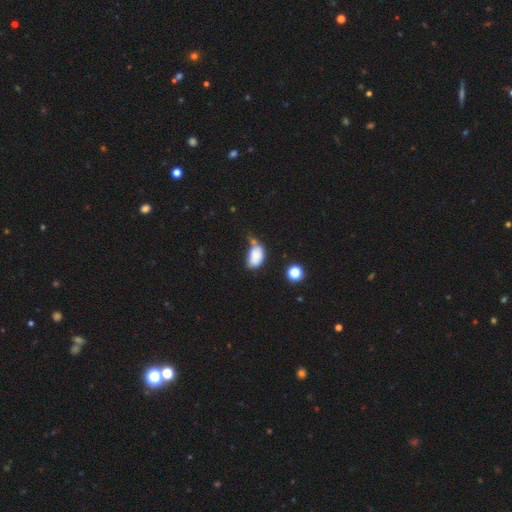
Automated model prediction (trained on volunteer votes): Overall: smooth (79%). How rounded: in between (89%). Merging: minor disturbance (33%; none 32%).